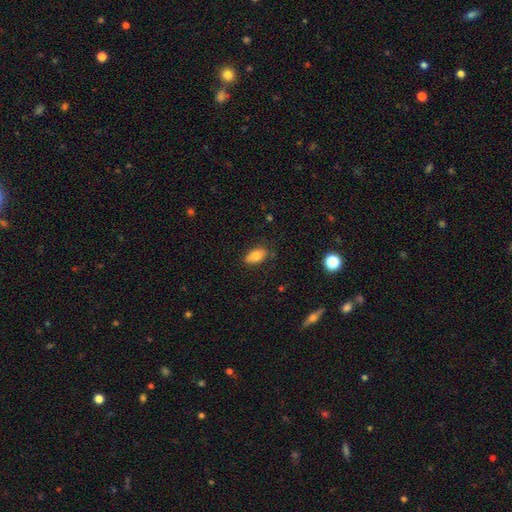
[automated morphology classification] Smooth or featured? Predicted: smooth (p=0.78). How rounded? Predicted: in between (p=0.89). Merging? Predicted: none (p=0.81).